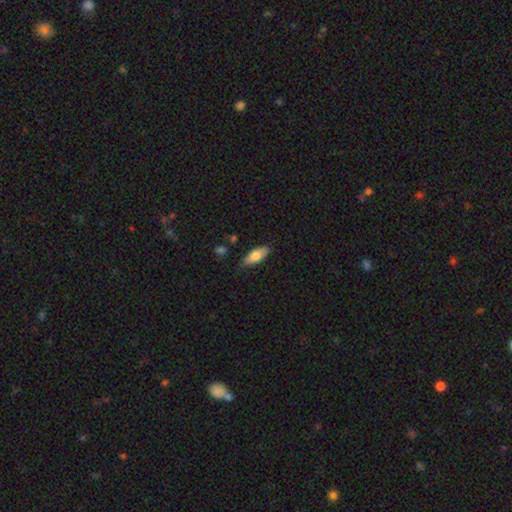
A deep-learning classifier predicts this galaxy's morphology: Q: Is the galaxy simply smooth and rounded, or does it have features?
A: smooth — 75%.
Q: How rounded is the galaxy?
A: in between — 79%.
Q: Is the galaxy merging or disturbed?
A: none — 83%.